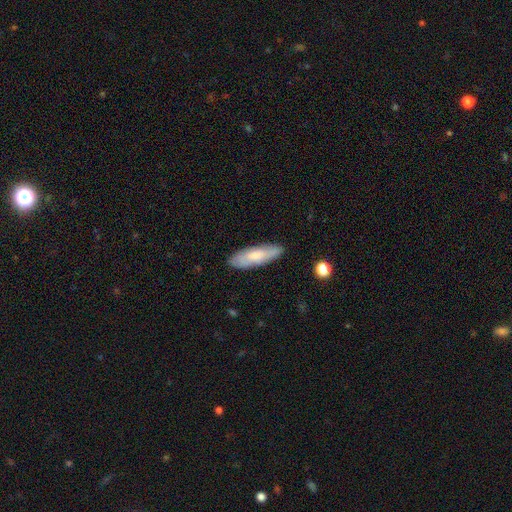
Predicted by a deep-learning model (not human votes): Overall: smooth (71%). How rounded: cigar-shaped (49%, tied with in between). Merging: none (84%).